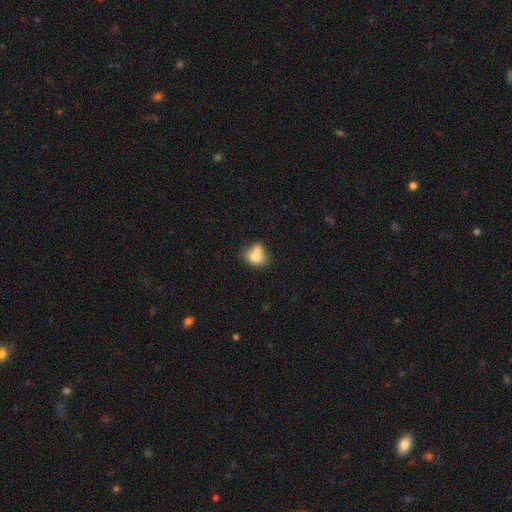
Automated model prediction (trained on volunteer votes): Smooth or featured?
  - smooth: 74% *
  - featured or disk: 16%
  - star or artifact: 10%
How rounded?
  - round: 51% *
  - in between: 47%
  - cigar-shaped: 1%
Merging?
  - none: 34% *
  - merger: 33%
  - minor disturbance: 22%
  - major disturbance: 10%